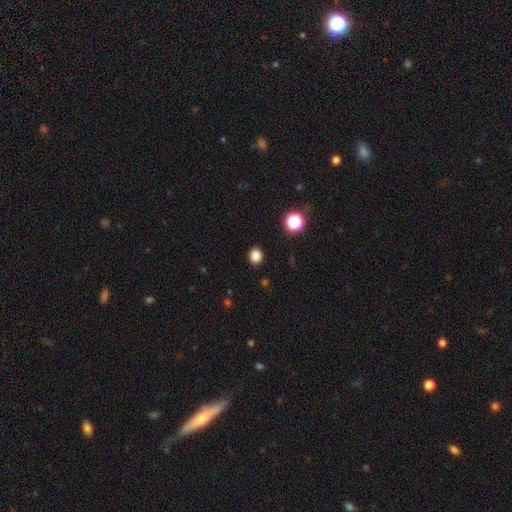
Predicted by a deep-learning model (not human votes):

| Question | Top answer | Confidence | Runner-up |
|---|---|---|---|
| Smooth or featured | smooth | 84% | star or artifact (13%) |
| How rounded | round | 68% | in between (31%) |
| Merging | none | 90% | minor disturbance (6%) |